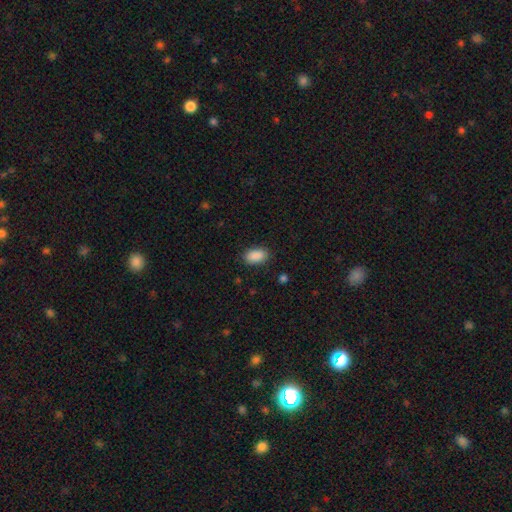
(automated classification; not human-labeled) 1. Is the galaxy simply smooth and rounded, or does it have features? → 90% smooth, 7% star or artifact, 3% featured or disk.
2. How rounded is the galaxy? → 93% in between, 5% round, 2% cigar-shaped.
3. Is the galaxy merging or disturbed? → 88% none, 9% minor disturbance, 2% major disturbance, 1% merger.